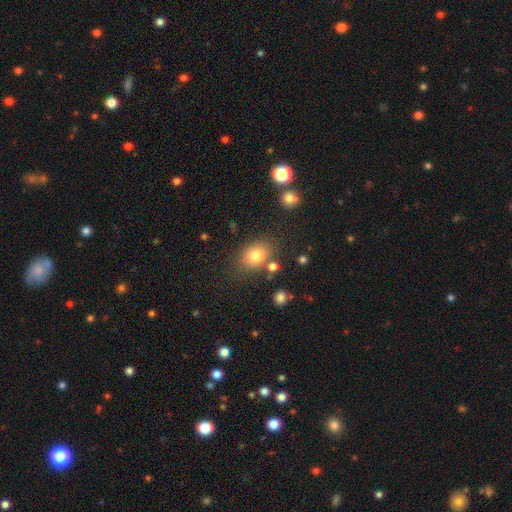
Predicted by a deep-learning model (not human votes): Smooth or featured? Predicted: smooth (p=0.79). How rounded? Predicted: in between (p=0.58). Merging? Predicted: none (p=0.73).